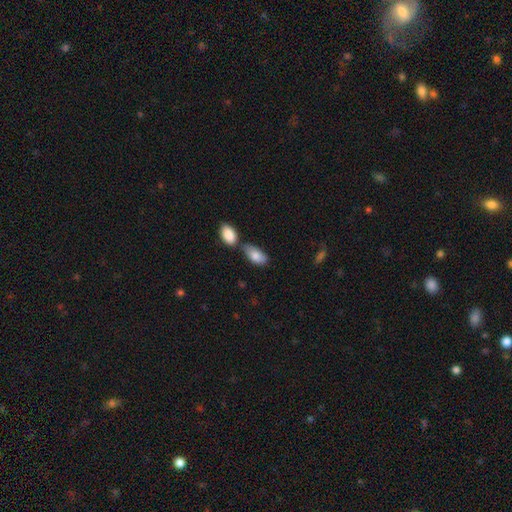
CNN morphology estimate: A smooth galaxy with no disk features (83%) that is in between round and cigar-shaped (92%). Merging: none (50%).